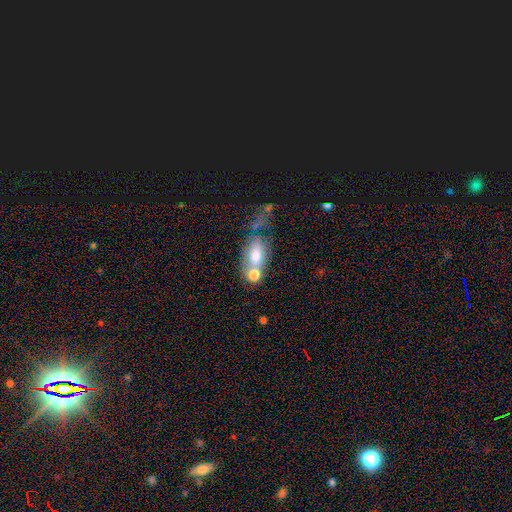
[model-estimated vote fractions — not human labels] Q: Smooth or featured?
A: smooth (62%); runner-up: featured or disk (29%)
Q: How rounded?
A: in between (83%); runner-up: round (9%)
Q: Merging?
A: merger (40%); runner-up: none (31%)